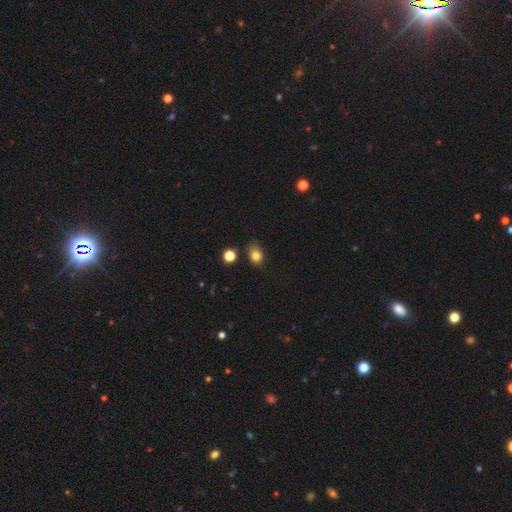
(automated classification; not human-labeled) A smooth galaxy with no disk features (82%) that is in between round and cigar-shaped (68%).

Vote fractions:
- Smooth or featured? smooth: 82% / star or artifact: 12% / featured or disk: 7%
- How rounded? in between: 68% / round: 31% / cigar-shaped: 1%
- Merging? none: 73% / minor disturbance: 19% / major disturbance: 4% / merger: 4%